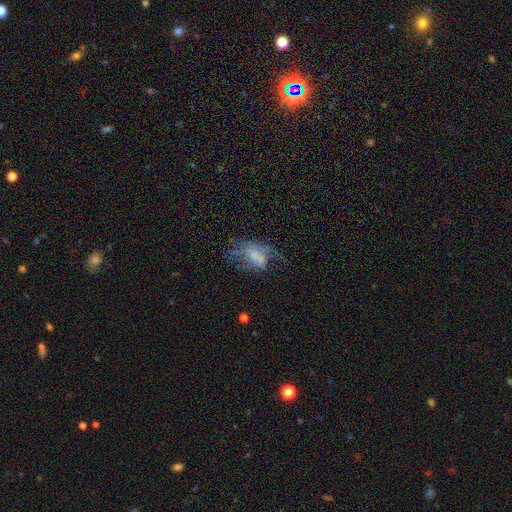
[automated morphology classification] Smooth or featured? Predicted: featured or disk (p=0.53). Edge-on disk? Predicted: no (p=0.96). Bar? Predicted: no (p=0.67). Spiral arms? Predicted: no (p=0.51). Bulge size? Predicted: small (p=0.34, tied with none). Merging? Predicted: major disturbance (p=0.47).